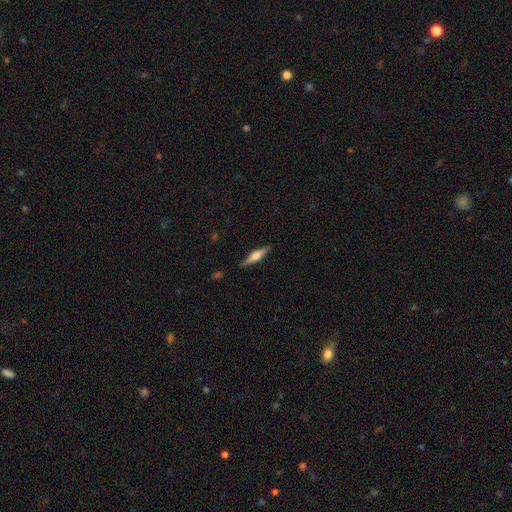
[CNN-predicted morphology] Smooth or featured? Predicted: featured or disk (p=0.63). Edge-on disk? Predicted: yes (p=0.97). Edge-on bulge? Predicted: rounded (p=0.87). Merging? Predicted: none (p=0.89).